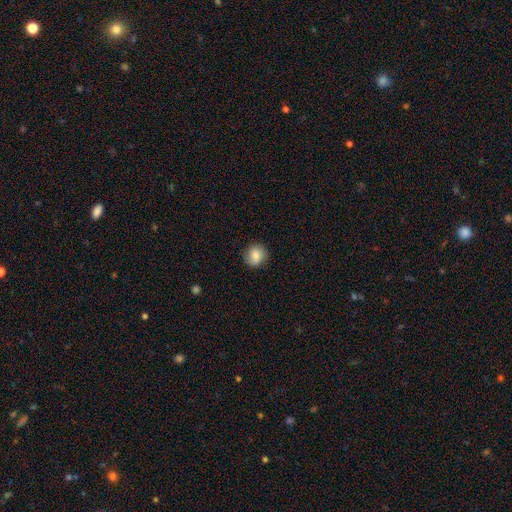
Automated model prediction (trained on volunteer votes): A smooth galaxy with no disk features (76%) that is round (85%).

Vote fractions:
- Smooth or featured? smooth: 76% / featured or disk: 16% / star or artifact: 9%
- How rounded? round: 85% / in between: 14% / cigar-shaped: 1%
- Merging? none: 81% / minor disturbance: 14% / major disturbance: 3% / merger: 1%